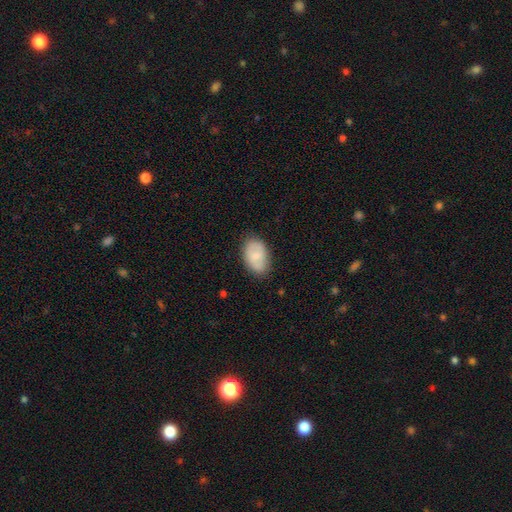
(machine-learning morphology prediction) smooth-or-featured: smooth: 72% | featured or disk: 21% | star or artifact: 7%
  how-rounded: in between: 91% | round: 8% | cigar-shaped: 1%
  merging: none: 79% | minor disturbance: 16% | major disturbance: 4% | merger: 1%